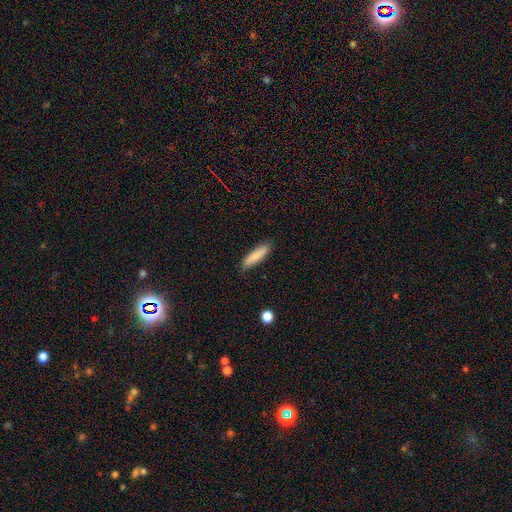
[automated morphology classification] Smooth or featured? smooth (83%)
How rounded? cigar-shaped (74%)
Merging? none (87%)